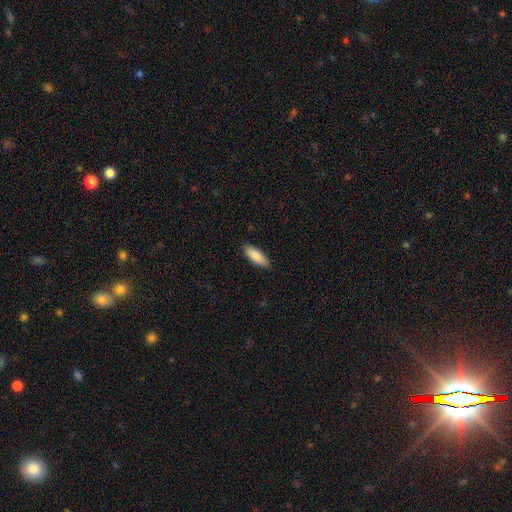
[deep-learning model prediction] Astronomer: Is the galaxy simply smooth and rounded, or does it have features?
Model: smooth — 88%.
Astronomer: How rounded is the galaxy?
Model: in between — 69%.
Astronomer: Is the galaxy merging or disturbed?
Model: none — 87%.